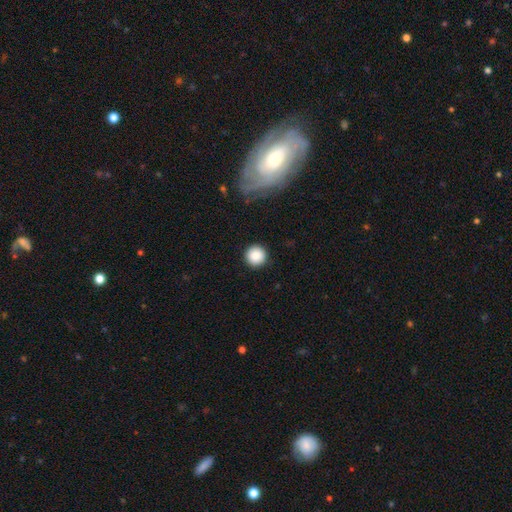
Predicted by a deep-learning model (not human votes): A smooth galaxy with no disk features (87%) that is round (96%). Merging: none (91%).